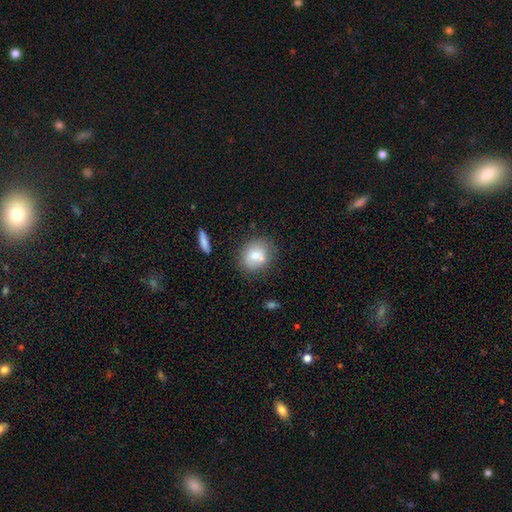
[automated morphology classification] Smooth or featured? Predicted: smooth (p=0.74). How rounded? Predicted: round (p=0.67). Merging? Predicted: none (p=0.60).